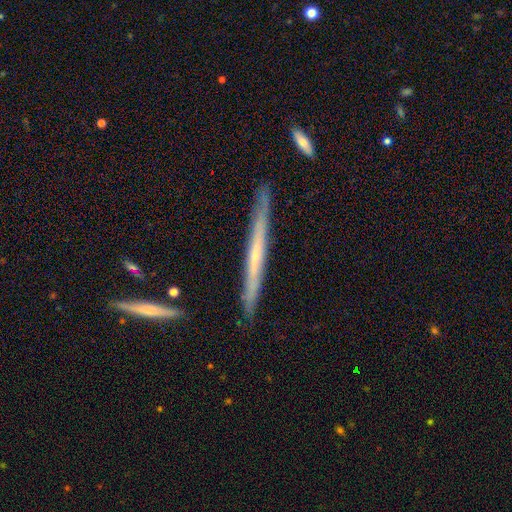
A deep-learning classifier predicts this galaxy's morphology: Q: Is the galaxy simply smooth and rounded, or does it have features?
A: featured or disk — 65%.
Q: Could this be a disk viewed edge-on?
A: yes — 96%.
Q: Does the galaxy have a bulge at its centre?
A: none — 70%.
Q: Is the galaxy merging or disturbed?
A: none — 86%.